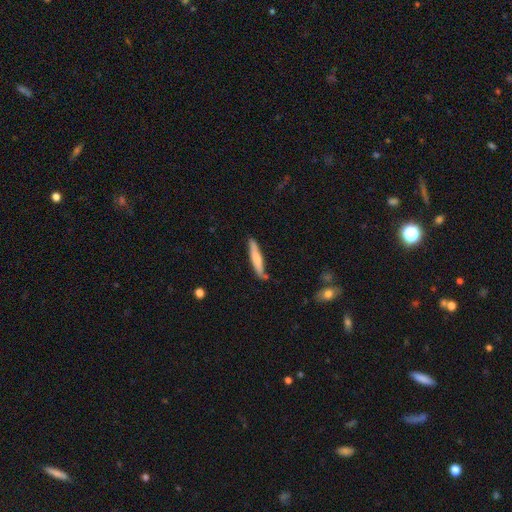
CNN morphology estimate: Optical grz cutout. It shows a smooth galaxy with no disk features (54%) that is cigar-shaped (93%). Merging: none (83%).